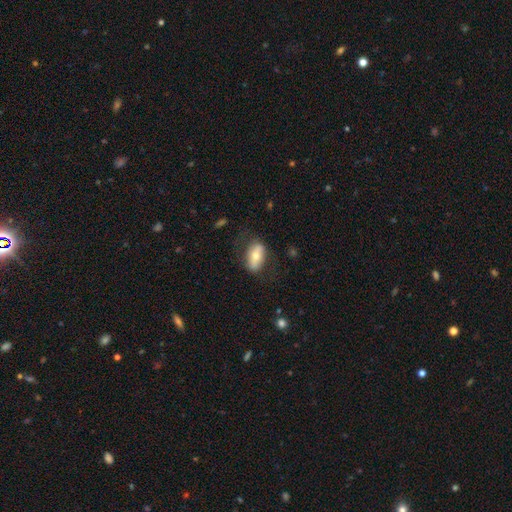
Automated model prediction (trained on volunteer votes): smooth-or-featured: smooth: 60% | featured or disk: 34% | star or artifact: 6%
  how-rounded: in between: 88% | cigar-shaped: 6% | round: 6%
  merging: none: 70% | minor disturbance: 20% | major disturbance: 9% | merger: 2%